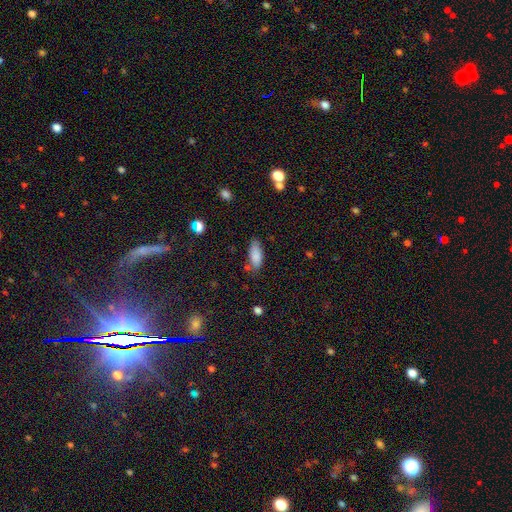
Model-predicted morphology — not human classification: Q: Smooth or featured?
A: smooth (85%); runner-up: star or artifact (8%)
Q: How rounded?
A: in between (79%); runner-up: cigar-shaped (19%)
Q: Merging?
A: none (69%); runner-up: minor disturbance (21%)